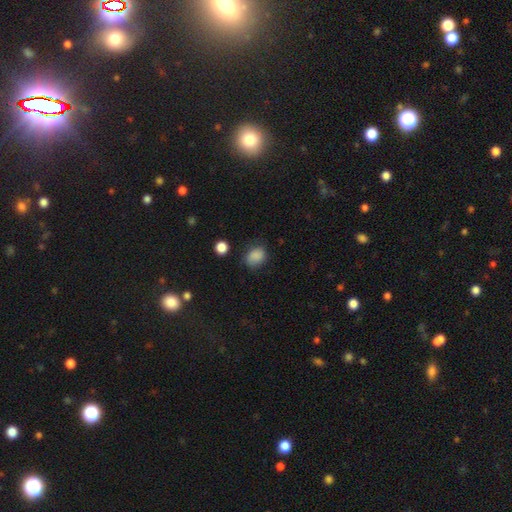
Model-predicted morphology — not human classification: Smooth or featured? smooth (85%)
How rounded? in between (50%)
Merging? none (69%)